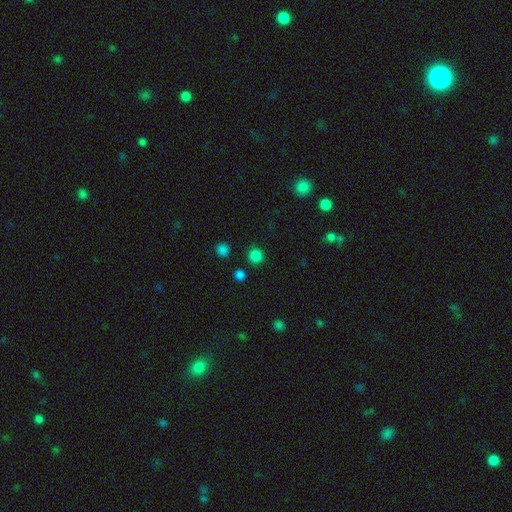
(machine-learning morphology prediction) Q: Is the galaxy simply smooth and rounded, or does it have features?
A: smooth — 82%.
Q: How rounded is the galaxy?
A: round — 93%.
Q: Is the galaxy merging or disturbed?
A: none — 87%.